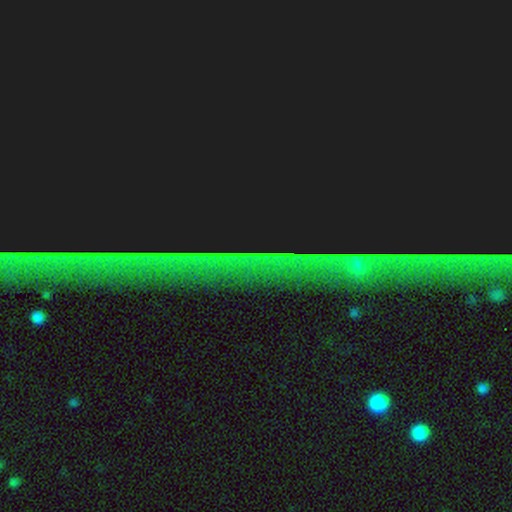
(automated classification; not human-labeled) smooth_or_featured: star or artifact (p=0.77) [alt: featured or disk p=0.11]